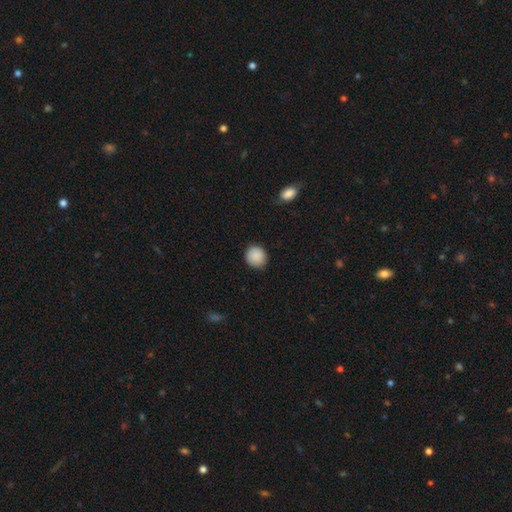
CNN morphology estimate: type=smooth (90%); roundness=round (91%); merging=none (89%).